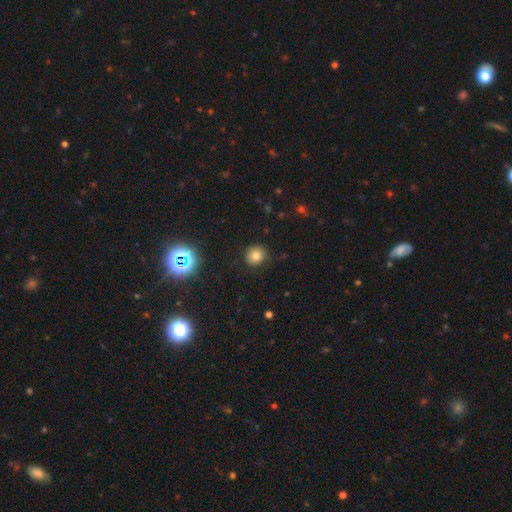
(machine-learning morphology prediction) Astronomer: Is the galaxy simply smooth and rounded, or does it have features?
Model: smooth — 77%.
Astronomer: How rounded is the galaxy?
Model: round — 89%.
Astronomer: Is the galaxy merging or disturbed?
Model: none — 88%.